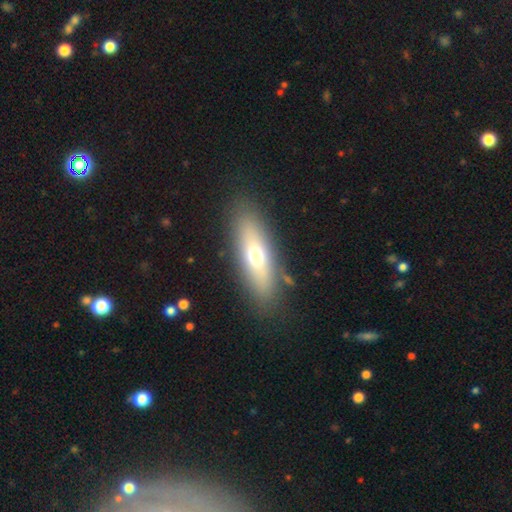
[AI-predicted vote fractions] Q: Smooth or featured?
A: smooth (59%); runner-up: featured or disk (33%)
Q: How rounded?
A: in between (50%); runner-up: cigar-shaped (47%)
Q: Merging?
A: none (86%); runner-up: minor disturbance (9%)